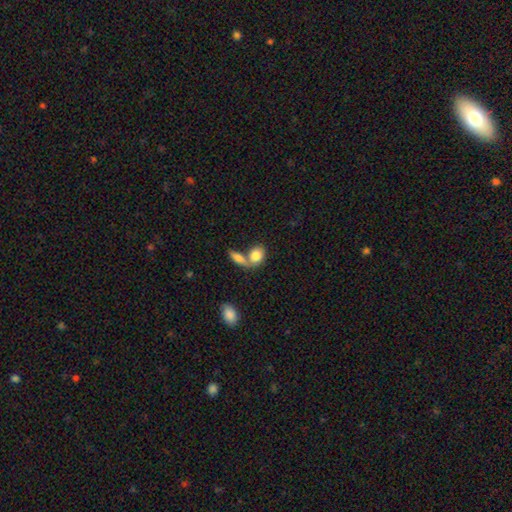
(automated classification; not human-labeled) Smooth or featured? smooth (81%)
How rounded? in between (67%)
Merging? merger (54%)